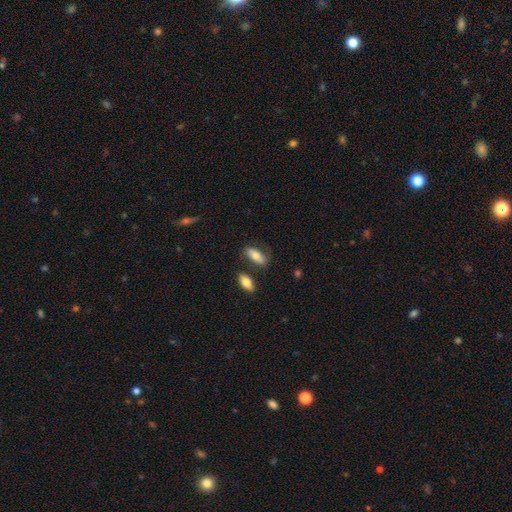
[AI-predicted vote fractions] This appears to be a smooth galaxy with no disk features (67%) that is in between round and cigar-shaped (75%). Merging: none (68%).